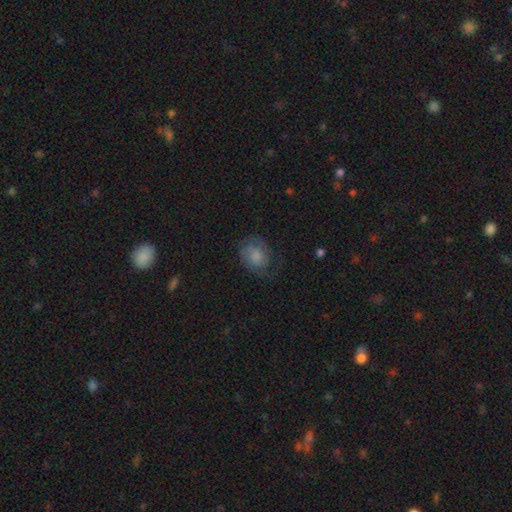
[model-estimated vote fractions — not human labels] Overall: smooth (58%; featured or disk 33%). How rounded: round (54%; in between 45%). Merging: none (61%; minor disturbance 24%).